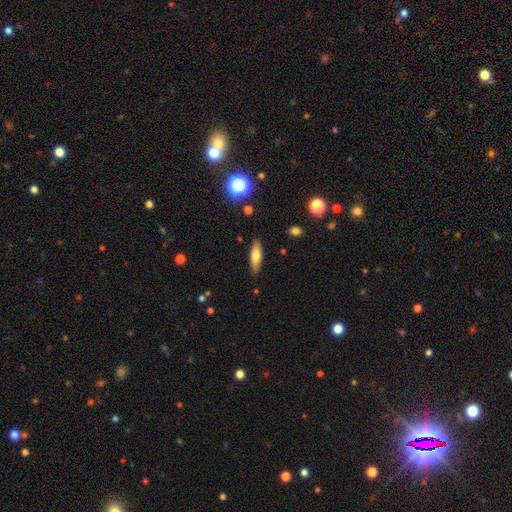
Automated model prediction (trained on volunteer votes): smooth_or_featured: smooth (p=0.68) [alt: featured or disk p=0.24]
how_rounded: in between (p=0.49) [alt: cigar-shaped p=0.48]
merging: none (p=0.87) [alt: minor disturbance p=0.10]